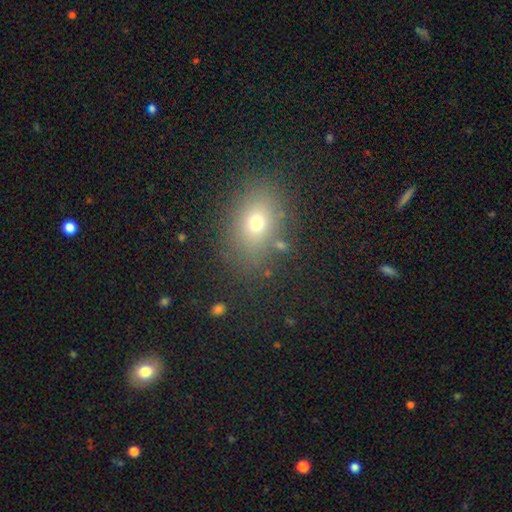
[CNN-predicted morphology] Q: Smooth or featured?
A: smooth (65%); runner-up: star or artifact (24%)
Q: How rounded?
A: in between (70%); runner-up: round (28%)
Q: Merging?
A: none (84%); runner-up: minor disturbance (10%)